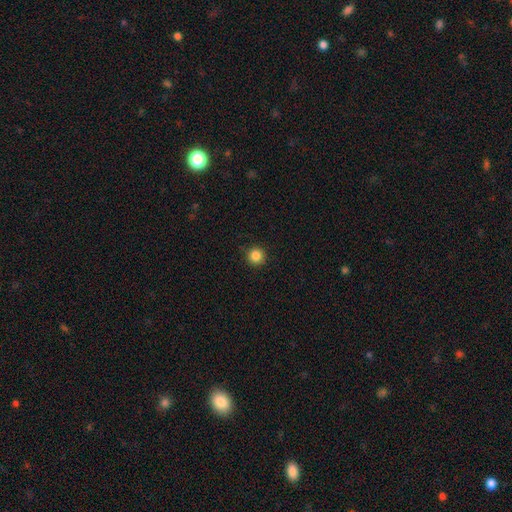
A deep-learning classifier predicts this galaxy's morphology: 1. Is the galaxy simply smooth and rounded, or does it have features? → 85% smooth, 11% star or artifact, 4% featured or disk.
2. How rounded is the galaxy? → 95% round, 4% in between, 1% cigar-shaped.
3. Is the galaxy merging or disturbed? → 91% none, 6% minor disturbance, 2% major disturbance, 1% merger.